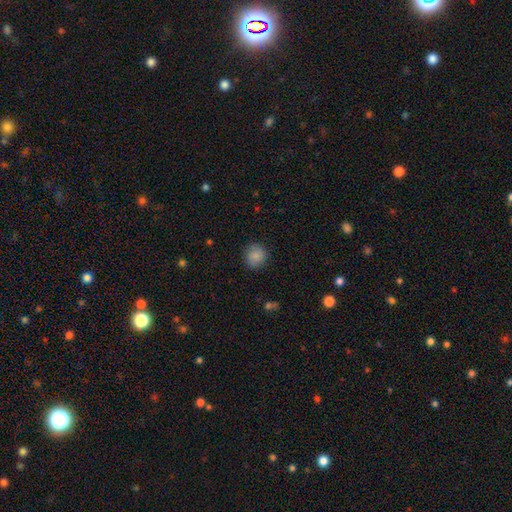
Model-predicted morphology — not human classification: A smooth galaxy with no disk features (86%) that is round (84%). Merging: none (85%).